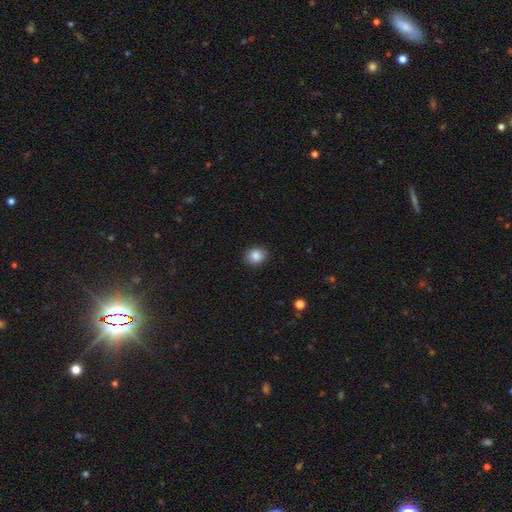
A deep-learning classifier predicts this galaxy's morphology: Smooth or featured?
  - smooth: 86% *
  - star or artifact: 9%
  - featured or disk: 5%
How rounded?
  - round: 56% *
  - in between: 43%
  - cigar-shaped: 1%
Merging?
  - none: 90% *
  - minor disturbance: 7%
  - major disturbance: 2%
  - merger: 1%